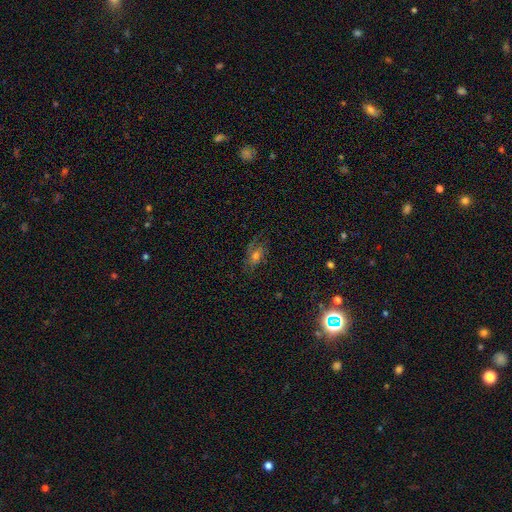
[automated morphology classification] smooth_or_featured: smooth (p=0.41) [alt: featured or disk p=0.38]
merging: none (p=0.63) [alt: minor disturbance p=0.21]